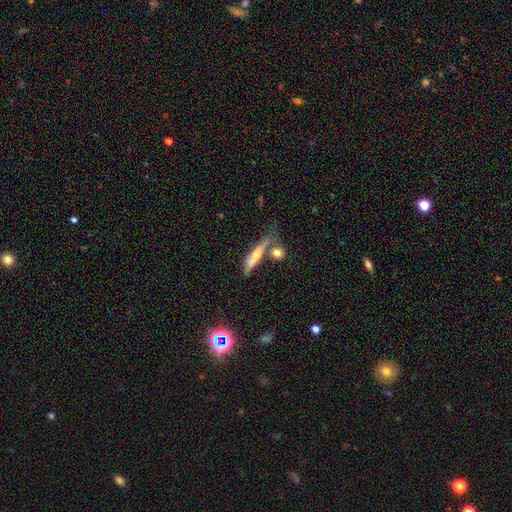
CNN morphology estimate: This appears to be a smooth galaxy with no disk features (55%) that is cigar-shaped (75%). Merging: none (45%).